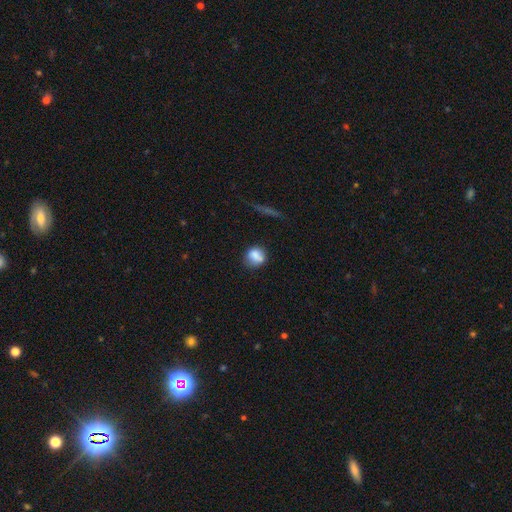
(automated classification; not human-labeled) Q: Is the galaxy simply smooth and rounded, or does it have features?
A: smooth — 78%.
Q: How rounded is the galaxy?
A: round — 74%.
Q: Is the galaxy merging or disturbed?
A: none — 57%.